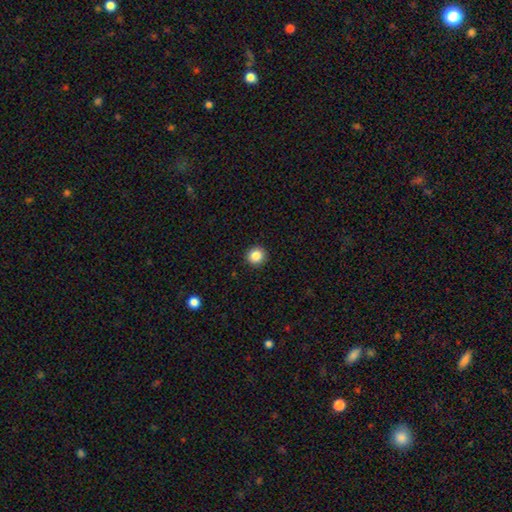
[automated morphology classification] Smooth or featured: smooth — 86% (star or artifact — 10%)
How rounded: round — 93% (in between — 6%)
Merging: none — 93% (minor disturbance — 5%)